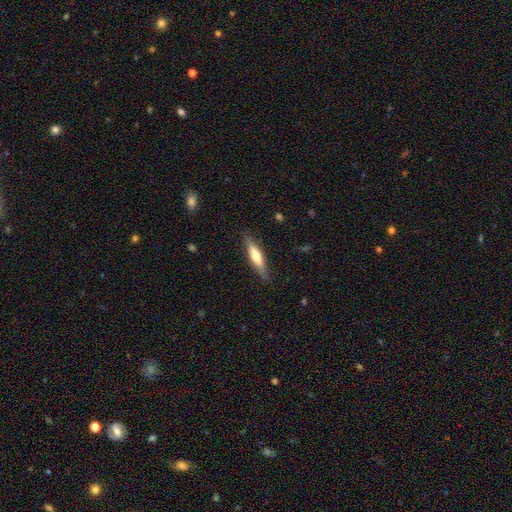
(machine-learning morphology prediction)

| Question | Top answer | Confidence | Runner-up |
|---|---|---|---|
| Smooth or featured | smooth | 50% | featured or disk (44%) |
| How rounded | cigar-shaped | 79% | in between (19%) |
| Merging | none | 86% | minor disturbance (11%) |